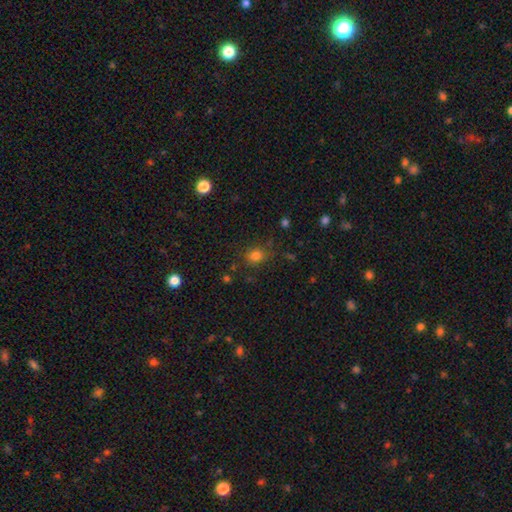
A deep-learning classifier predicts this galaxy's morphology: Smooth or featured? smooth (78%)
How rounded? round (72%)
Merging? none (78%)